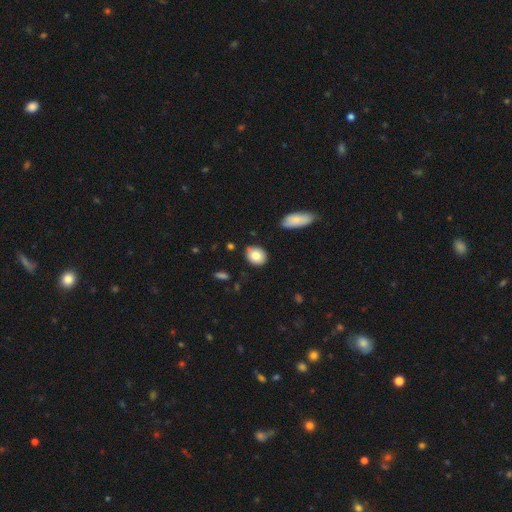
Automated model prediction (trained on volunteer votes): Morphology: type=smooth (81%); roundness=round (51%); merging=none (82%).